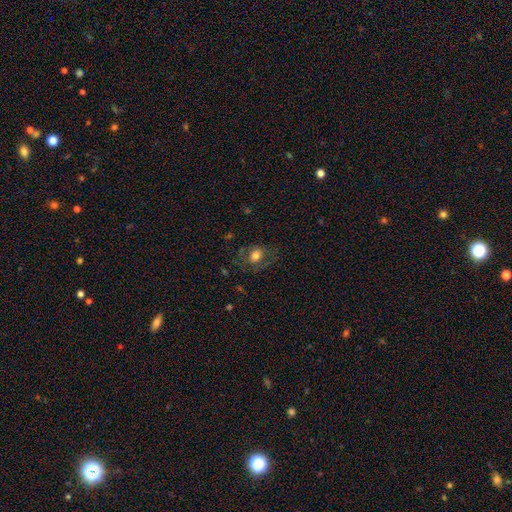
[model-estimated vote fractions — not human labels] Smooth or featured? smooth (65%)
How rounded? in between (52%)
Merging? none (59%)